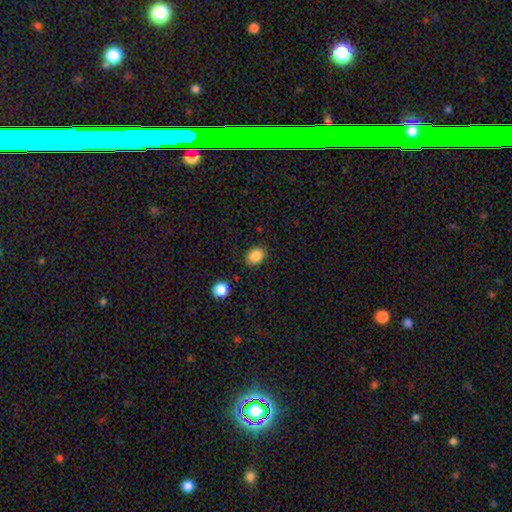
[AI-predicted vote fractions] Smooth or featured?
  - smooth: 86% *
  - star or artifact: 10%
  - featured or disk: 4%
How rounded?
  - in between: 55% *
  - round: 44%
  - cigar-shaped: 1%
Merging?
  - none: 83% *
  - minor disturbance: 12%
  - major disturbance: 3%
  - merger: 2%